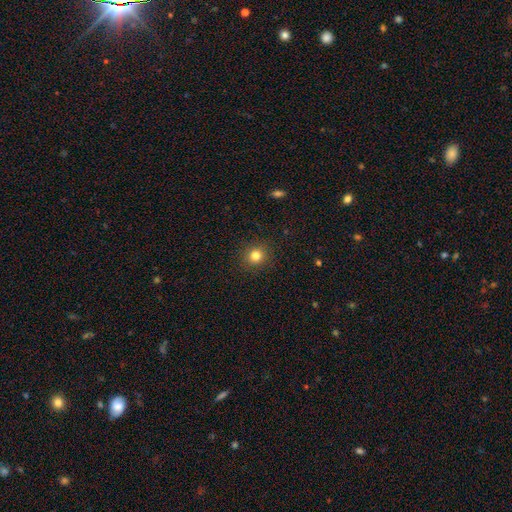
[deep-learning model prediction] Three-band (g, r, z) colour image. It shows a smooth galaxy with no disk features (82%) that is round (87%). Merging: none (91%).